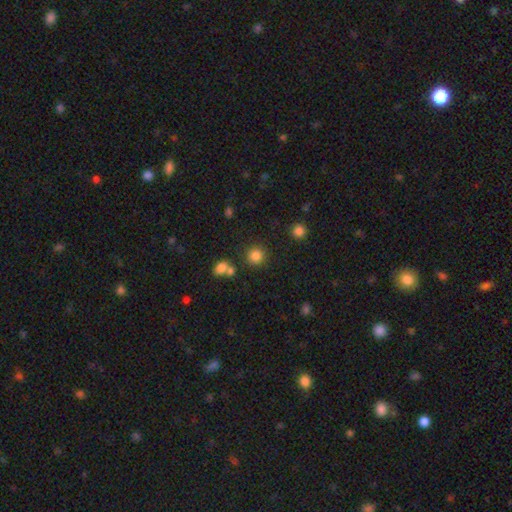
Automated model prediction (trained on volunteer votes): Overall: smooth (82%). How rounded: round (91%). Merging: none (80%).